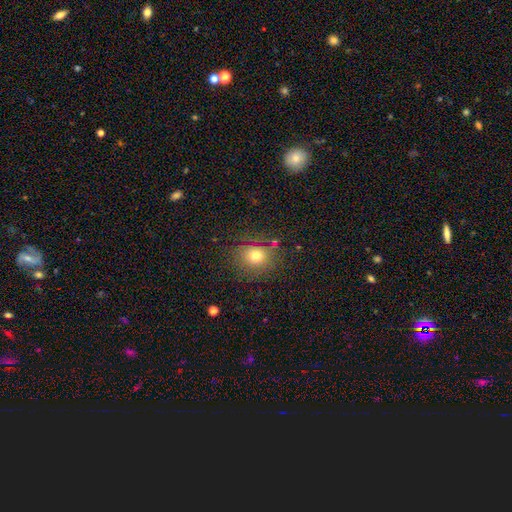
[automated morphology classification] smooth-or-featured: smooth: 74% | star or artifact: 16% | featured or disk: 10%
  how-rounded: round: 74% | in between: 25% | cigar-shaped: 1%
  merging: none: 79% | minor disturbance: 13% | major disturbance: 5% | merger: 3%